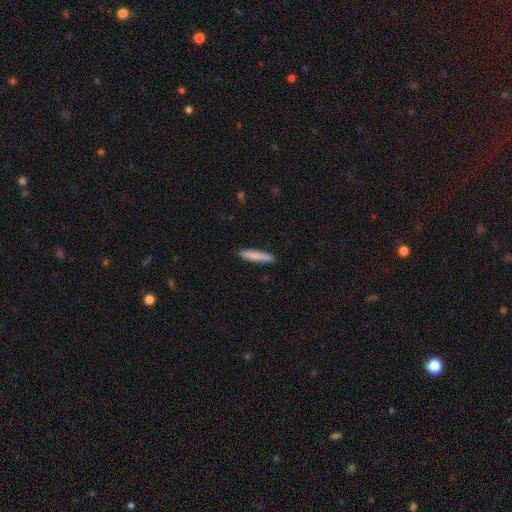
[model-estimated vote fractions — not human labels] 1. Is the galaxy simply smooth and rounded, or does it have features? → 83% smooth, 12% featured or disk, 6% star or artifact.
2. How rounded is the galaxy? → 91% cigar-shaped, 8% in between, 1% round.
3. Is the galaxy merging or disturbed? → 89% none, 8% minor disturbance, 2% major disturbance, 1% merger.